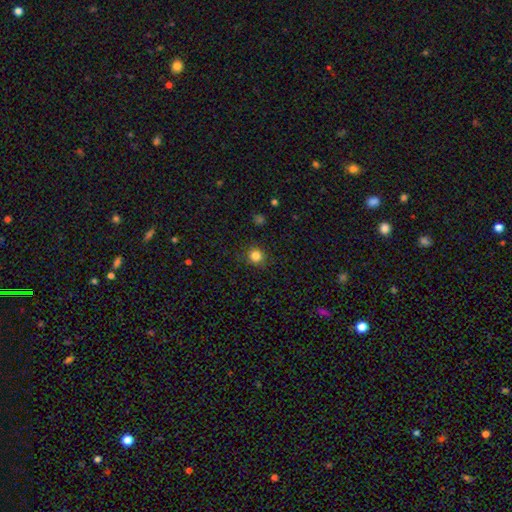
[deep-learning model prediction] A smooth galaxy with no disk features (83%) that is round (93%). Merging: none (90%).